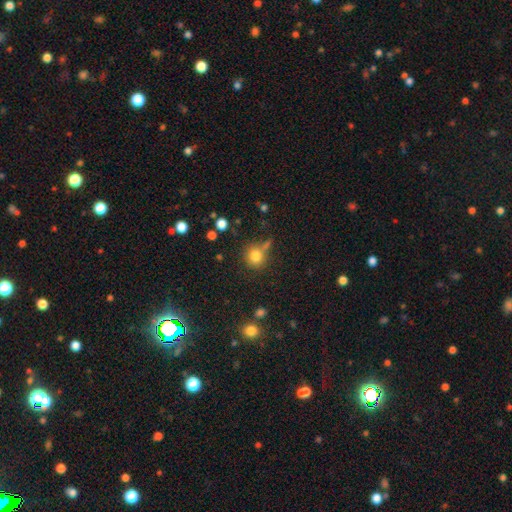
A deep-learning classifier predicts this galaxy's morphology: Q: Smooth or featured?
A: smooth (81%); runner-up: star or artifact (12%)
Q: How rounded?
A: round (87%); runner-up: in between (12%)
Q: Merging?
A: none (66%); runner-up: merger (14%)